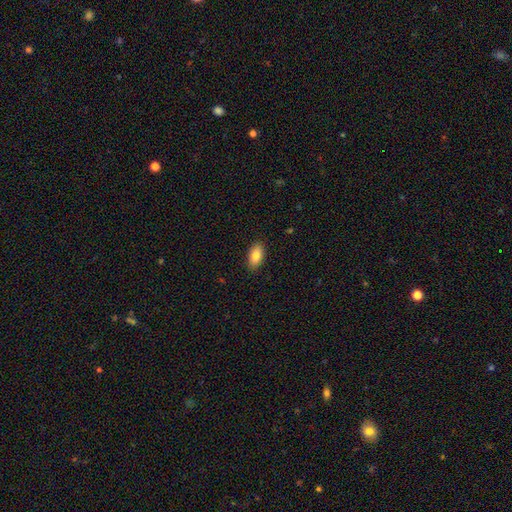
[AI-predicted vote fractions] smooth-or-featured: smooth: 84% | featured or disk: 9% | star or artifact: 7%
  how-rounded: in between: 92% | cigar-shaped: 5% | round: 3%
  merging: none: 90% | minor disturbance: 8% | major disturbance: 2% | merger: 1%